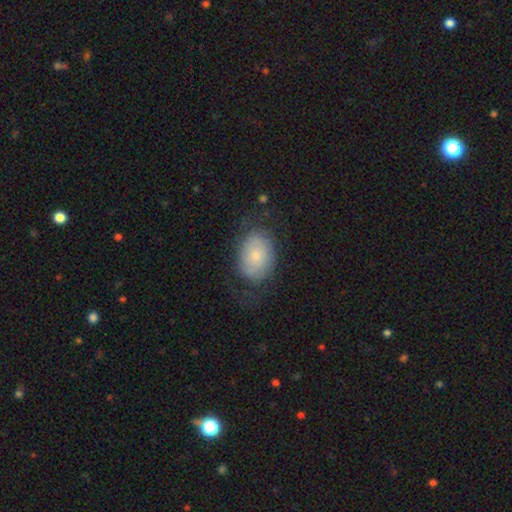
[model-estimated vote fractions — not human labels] A smooth galaxy with no disk features (63%) that is in between round and cigar-shaped (79%). Merging: none (62%).